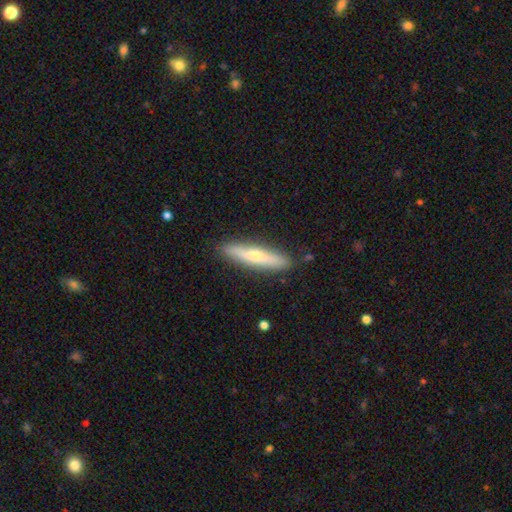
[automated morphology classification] A smooth galaxy with no disk features (53%) that is cigar-shaped (88%). Merging: none (87%).